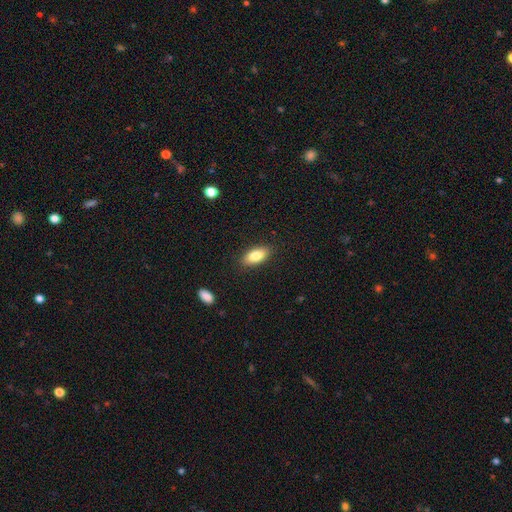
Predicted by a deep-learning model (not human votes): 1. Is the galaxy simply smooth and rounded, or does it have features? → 82% smooth, 11% featured or disk, 7% star or artifact.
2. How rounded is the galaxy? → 88% in between, 9% cigar-shaped, 3% round.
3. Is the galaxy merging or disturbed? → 87% none, 9% minor disturbance, 2% major disturbance, 1% merger.